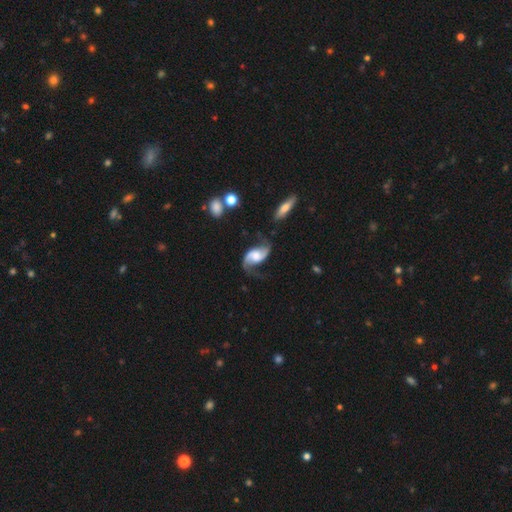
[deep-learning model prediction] Q: Smooth or featured?
A: featured or disk (87%); runner-up: smooth (8%)
Q: Edge-on disk?
A: no (97%); runner-up: yes (3%)
Q: Bar?
A: no (52%); runner-up: weak (36%)
Q: Spiral arms?
A: yes (96%); runner-up: no (4%)
Q: Spiral winding?
A: loose (64%); runner-up: medium (29%)
Q: Spiral arm count?
A: 2 (92%); runner-up: 1 (3%)
Q: Bulge size?
A: moderate (40%); runner-up: large (24%)
Q: Merging?
A: none (66%); runner-up: minor disturbance (19%)